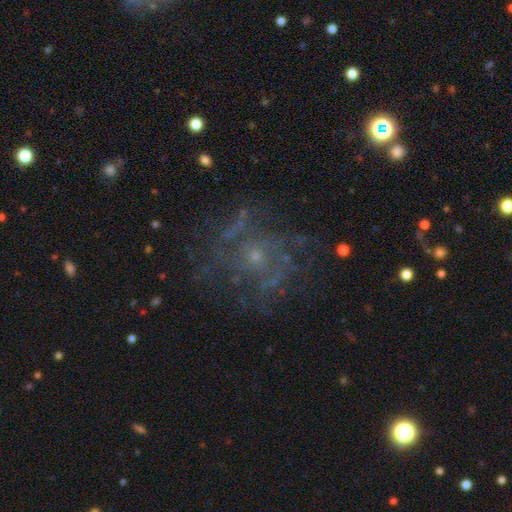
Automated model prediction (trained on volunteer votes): featured or disk 63%, star or artifact 22%, smooth 15%. Down the decision tree: edge-on disk — no (97%); bar — no (84%); spiral arms — yes (68%); bulge size — small (67%); merging — none (65%).